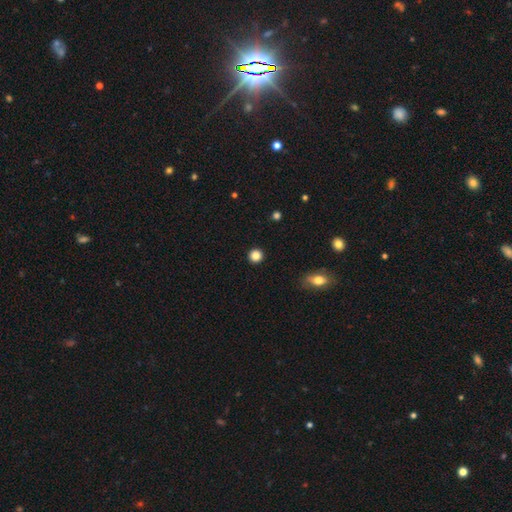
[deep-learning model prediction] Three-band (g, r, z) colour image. It shows a smooth galaxy with no disk features (85%) that is round (95%). Merging: none (92%).